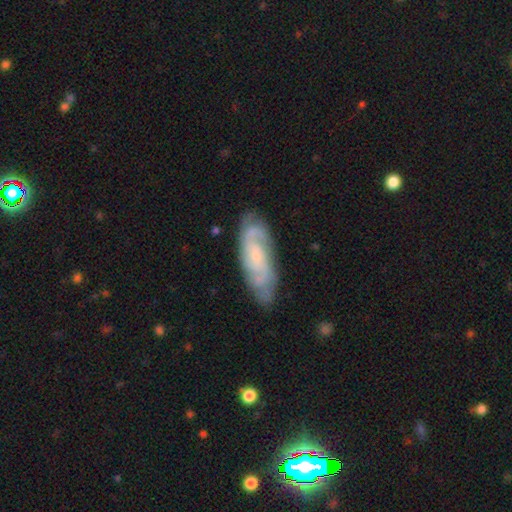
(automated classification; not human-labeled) Overall: featured or disk (73%). Edge-on disk: no (88%). Bar: no (61%; weak 33%). Spiral arms: yes (93%). Spiral arm count: 2 (41%; can't tell 33%). Spiral winding: tight (48%; medium 40%). Bulge size: small (60%; moderate 23%). Merging: none (73%).